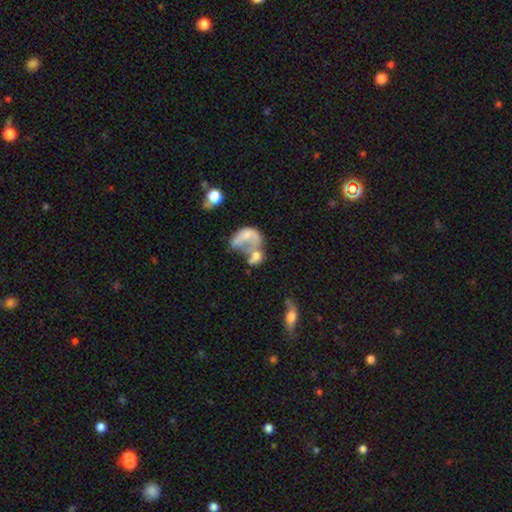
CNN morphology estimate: smooth 46%, featured or disk 42%, star or artifact 12%. Down the decision tree: merging — merger (58%).